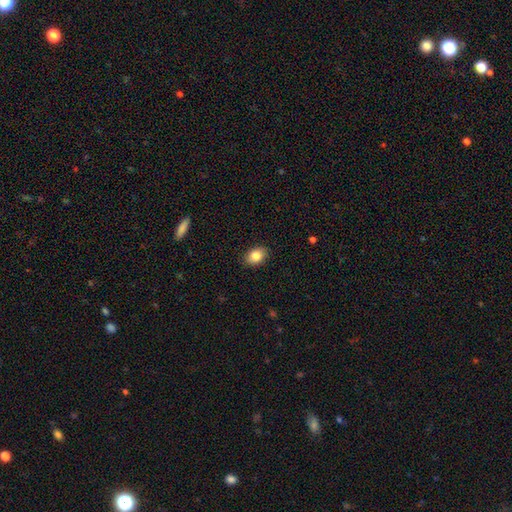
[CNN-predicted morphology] Smooth or featured?
  - smooth: 84% *
  - star or artifact: 8%
  - featured or disk: 7%
How rounded?
  - in between: 75% *
  - round: 24%
  - cigar-shaped: 1%
Merging?
  - none: 89% *
  - minor disturbance: 8%
  - major disturbance: 2%
  - merger: 1%